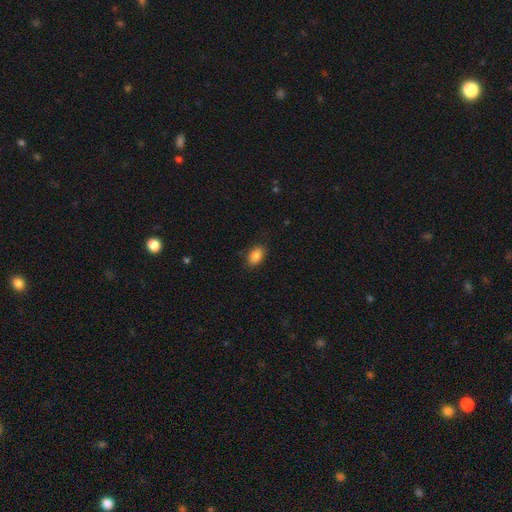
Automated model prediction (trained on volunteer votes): Smooth or featured? smooth (88%)
How rounded? in between (88%)
Merging? none (85%)